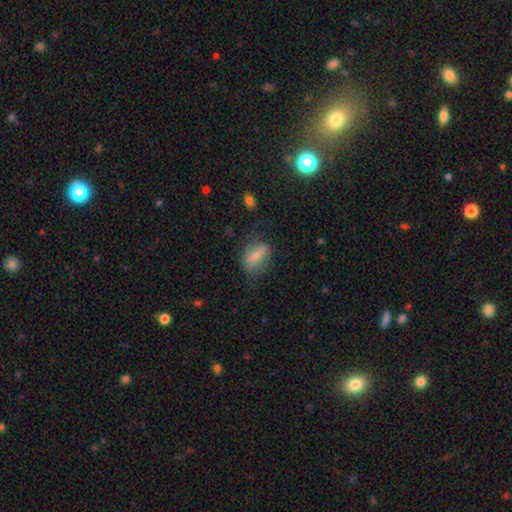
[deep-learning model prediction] Smooth or featured? Predicted: smooth (p=0.51). How rounded? Predicted: in between (p=0.77). Merging? Predicted: none (p=0.61).